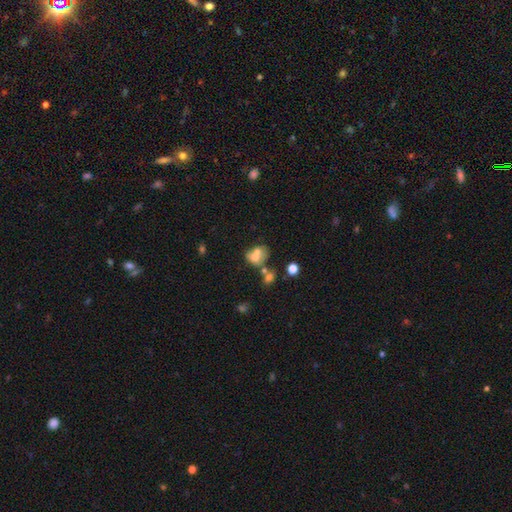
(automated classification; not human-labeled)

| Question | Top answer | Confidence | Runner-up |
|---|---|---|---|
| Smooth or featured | smooth | 60% | featured or disk (27%) |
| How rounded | round | 50% | in between (49%) |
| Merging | merger | 57% | none (26%) |